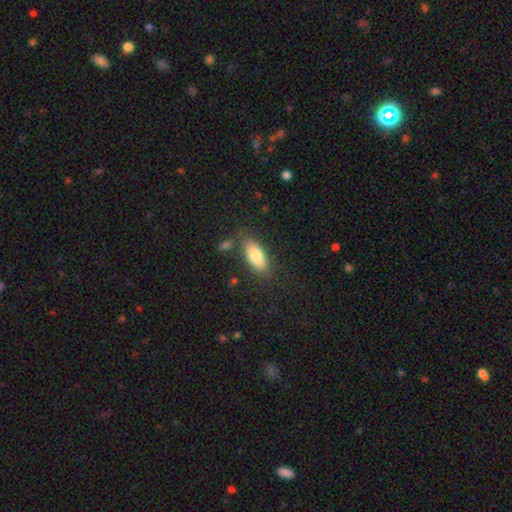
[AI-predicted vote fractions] Overall: smooth (80%). How rounded: in between (83%). Merging: none (78%).